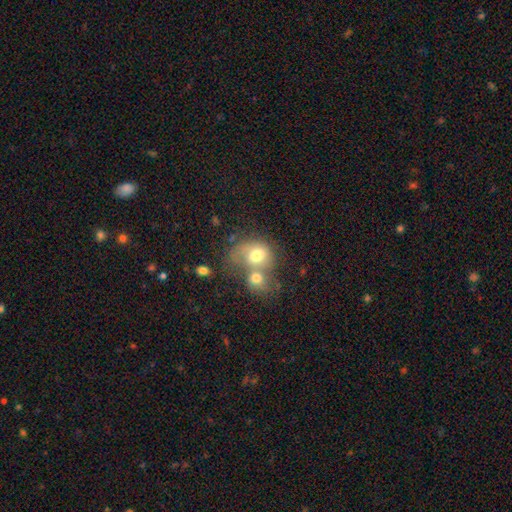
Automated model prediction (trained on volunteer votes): The model was most divided on "how rounded": round: 64%, in between: 34%, cigar-shaped: 1%. More confident: merging — merger (63%); smooth or featured — smooth (58%).